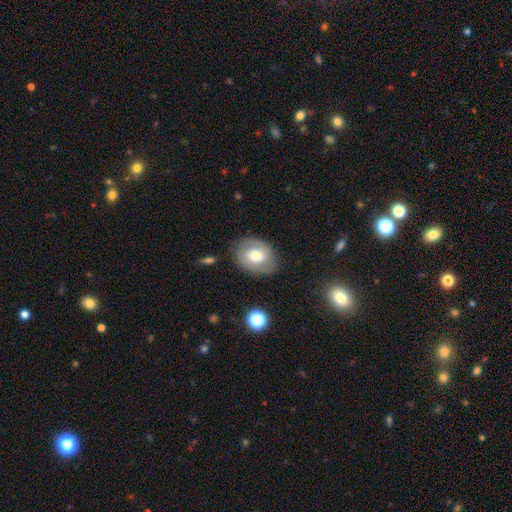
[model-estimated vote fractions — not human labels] smooth-or-featured: smooth: 59% | featured or disk: 34% | star or artifact: 7%
  how-rounded: in between: 64% | round: 35% | cigar-shaped: 1%
  merging: none: 79% | minor disturbance: 14% | major disturbance: 5% | merger: 2%